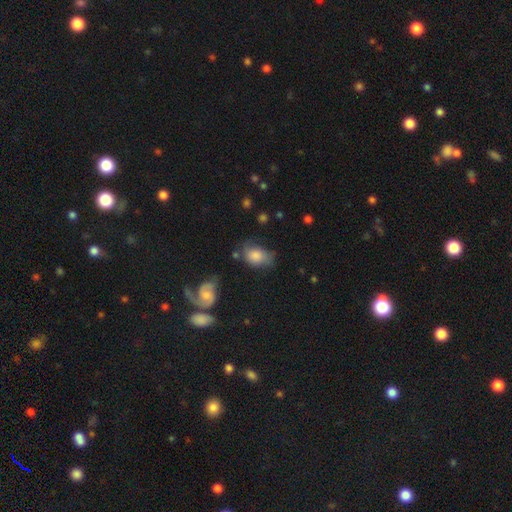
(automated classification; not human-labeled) Smooth or featured? smooth (75%)
How rounded? in between (78%)
Merging? none (45%)